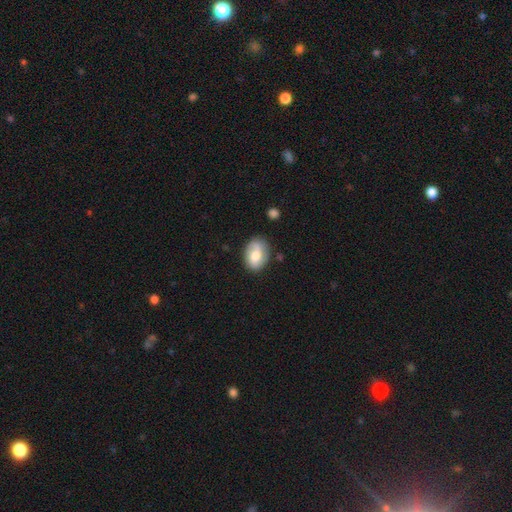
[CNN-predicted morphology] smooth-or-featured: smooth: 49% | featured or disk: 44% | star or artifact: 7%
  merging: none: 73% | minor disturbance: 19% | major disturbance: 5% | merger: 3%